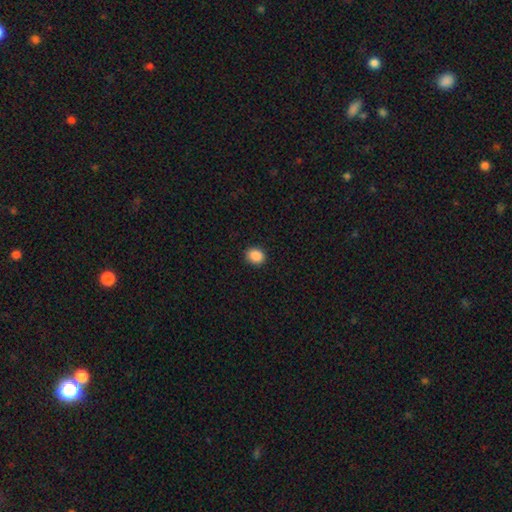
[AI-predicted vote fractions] Q: Smooth or featured?
A: smooth (89%); runner-up: star or artifact (9%)
Q: How rounded?
A: round (60%); runner-up: in between (39%)
Q: Merging?
A: none (91%); runner-up: minor disturbance (6%)